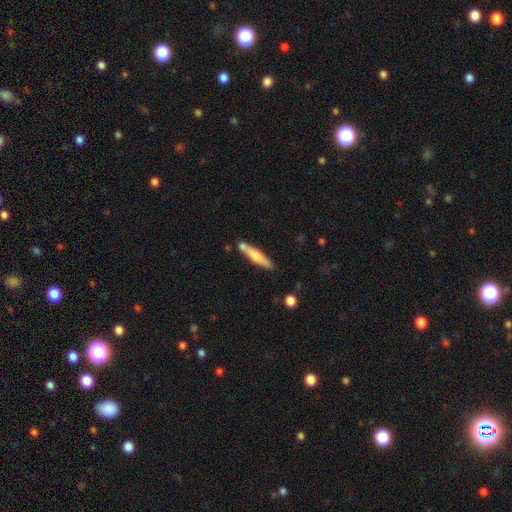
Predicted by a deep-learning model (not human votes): smooth_or_featured: smooth (p=0.64) [alt: featured or disk p=0.30]
how_rounded: cigar-shaped (p=0.88) [alt: in between p=0.11]
merging: none (p=0.68) [alt: minor disturbance p=0.15]